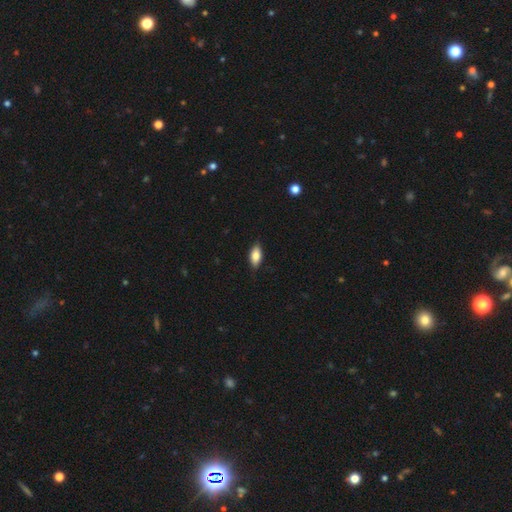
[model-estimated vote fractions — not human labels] smooth_or_featured: smooth (p=0.79) [alt: featured or disk p=0.14]
how_rounded: in between (p=0.88) [alt: cigar-shaped p=0.09]
merging: none (p=0.86) [alt: minor disturbance p=0.11]